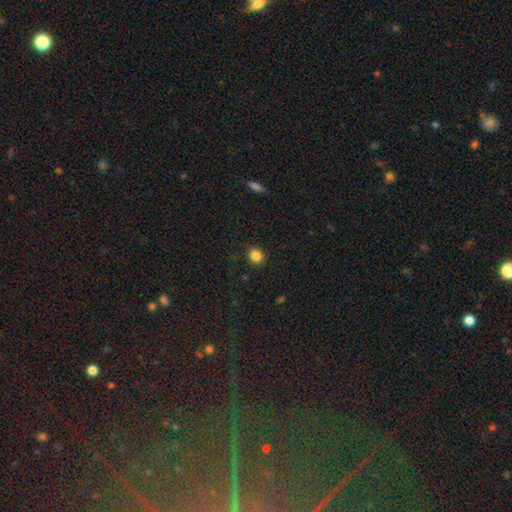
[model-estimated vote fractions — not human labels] A smooth galaxy with no disk features (85%) that is round (76%). Merging: none (90%).